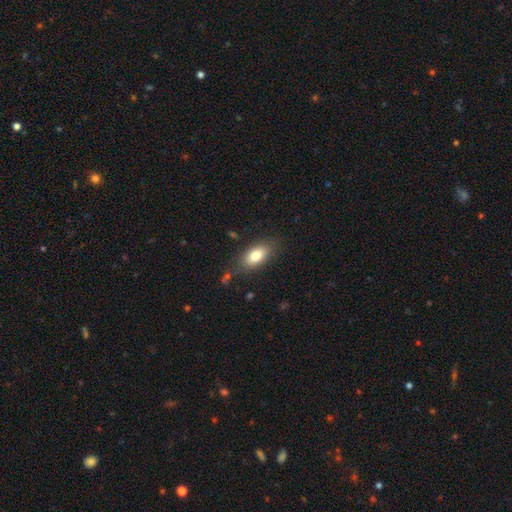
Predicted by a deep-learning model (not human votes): Smooth or featured? smooth (79%)
How rounded? in between (88%)
Merging? none (79%)